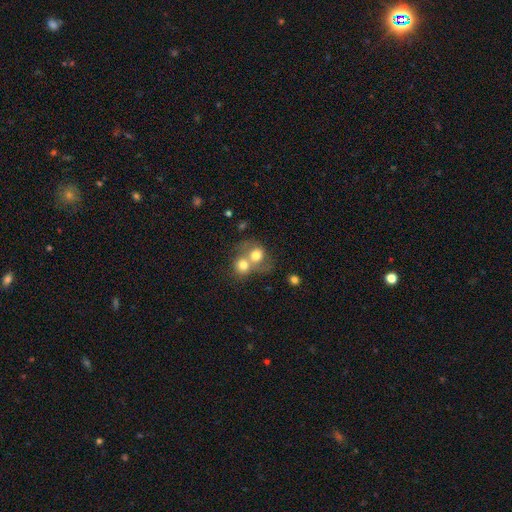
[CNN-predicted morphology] A smooth galaxy with no disk features (71%) that is round (71%).

Vote fractions:
- Smooth or featured? smooth: 71% / featured or disk: 19% / star or artifact: 10%
- How rounded? round: 71% / in between: 28% / cigar-shaped: 1%
- Merging? merger: 69% / none: 21% / minor disturbance: 6% / major disturbance: 4%